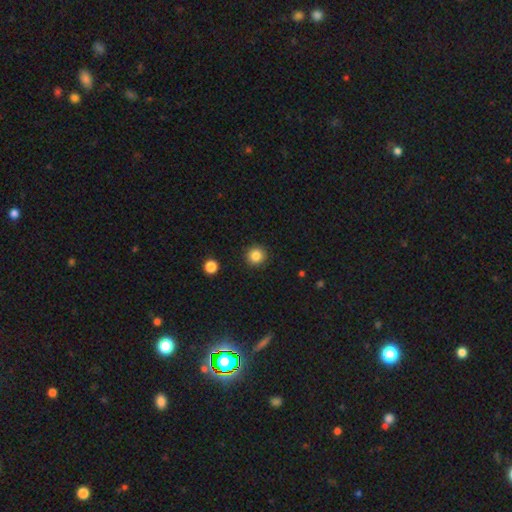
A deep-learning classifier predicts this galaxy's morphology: Smooth or featured: smooth — 85% (star or artifact — 11%)
How rounded: round — 94% (in between — 5%)
Merging: none — 91% (minor disturbance — 5%)